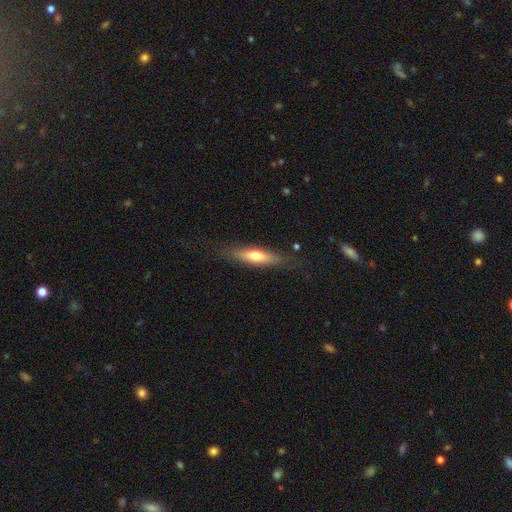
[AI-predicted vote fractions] Smooth or featured: smooth — 59% (featured or disk — 35%)
How rounded: cigar-shaped — 71% (in between — 27%)
Merging: none — 80% (minor disturbance — 14%)